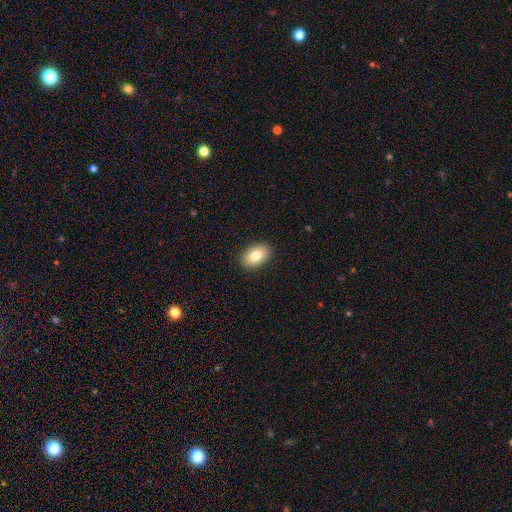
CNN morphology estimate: smooth 83%, featured or disk 9%, star or artifact 7%. Down the decision tree: how rounded — in between (90%); merging — none (90%).